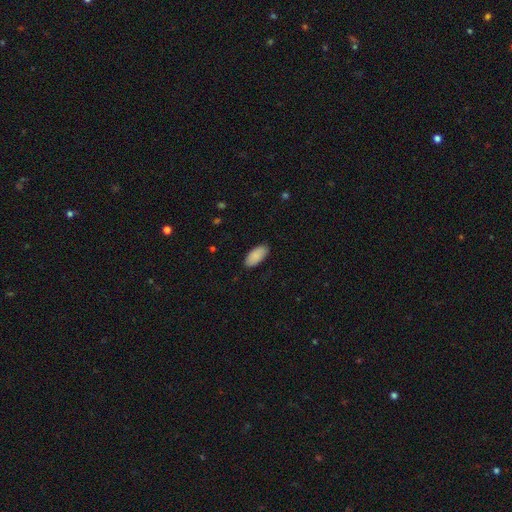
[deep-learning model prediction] Morphology: type=smooth (90%); roundness=in between (92%); merging=none (88%).